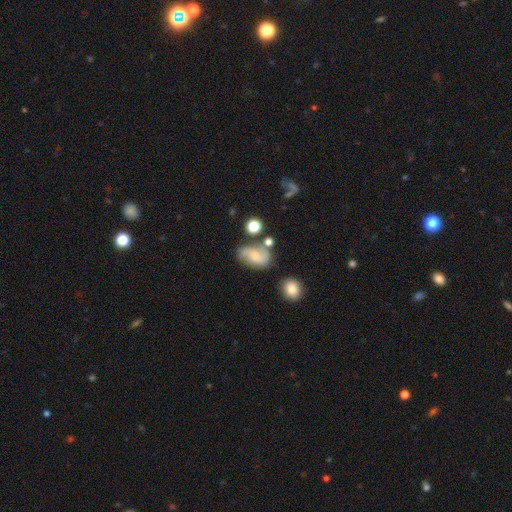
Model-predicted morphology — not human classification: Smooth or featured?
  - featured or disk: 49% *
  - smooth: 40%
  - star or artifact: 11%
Merging?
  - none: 52% *
  - minor disturbance: 24%
  - merger: 13%
  - major disturbance: 11%